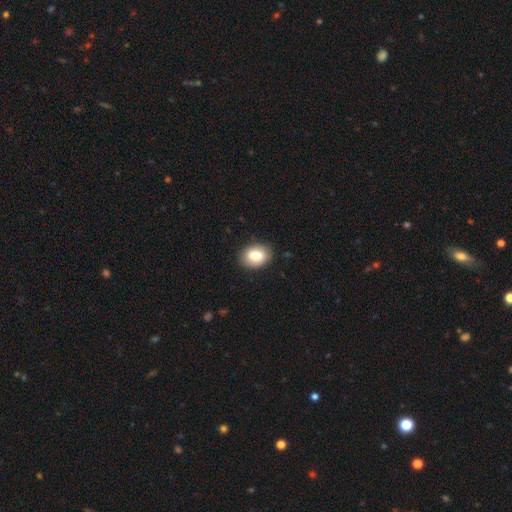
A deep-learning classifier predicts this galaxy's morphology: Q: Smooth or featured?
A: smooth (84%); runner-up: featured or disk (8%)
Q: How rounded?
A: in between (76%); runner-up: round (23%)
Q: Merging?
A: none (85%); runner-up: minor disturbance (11%)